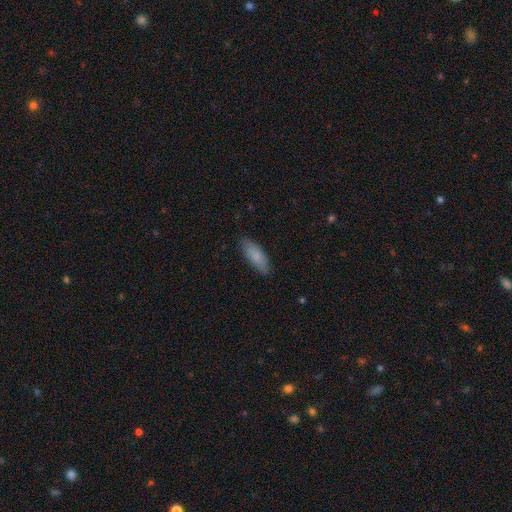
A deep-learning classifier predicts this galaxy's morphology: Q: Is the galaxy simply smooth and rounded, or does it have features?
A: smooth — 83%.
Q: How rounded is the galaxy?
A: in between — 66%.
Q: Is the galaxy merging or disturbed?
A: none — 83%.